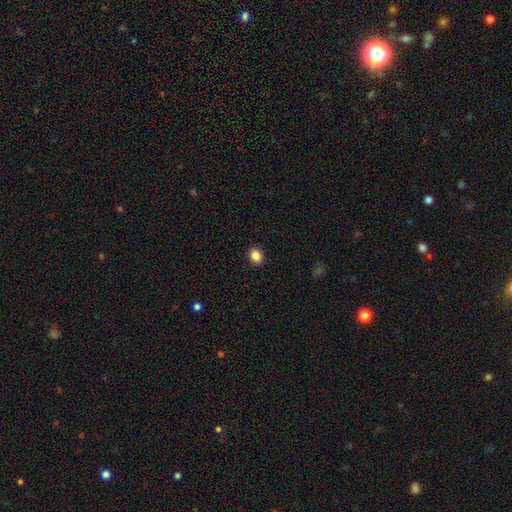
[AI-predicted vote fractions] A smooth galaxy with no disk features (86%) that is round (54%).

Vote fractions:
- Smooth or featured? smooth: 86% / star or artifact: 10% / featured or disk: 5%
- How rounded? round: 54% / in between: 45% / cigar-shaped: 1%
- Merging? none: 92% / minor disturbance: 6% / major disturbance: 2% / merger: 1%